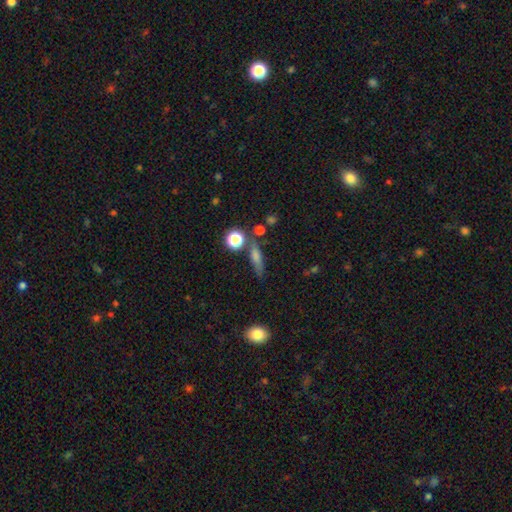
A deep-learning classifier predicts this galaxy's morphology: Smooth or featured? smooth (55%)
How rounded? cigar-shaped (57%)
Merging? none (71%)